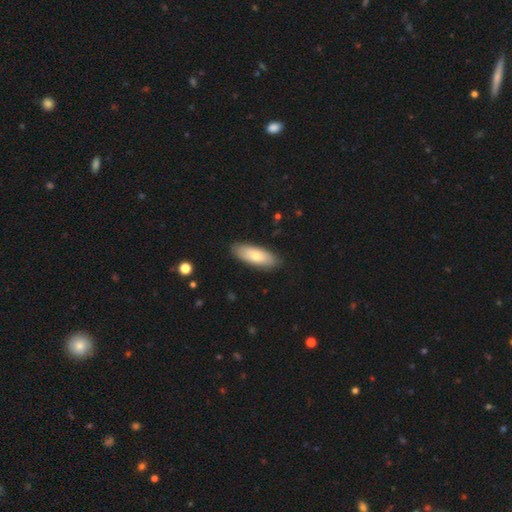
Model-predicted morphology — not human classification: smooth-or-featured: smooth: 70% | featured or disk: 24% | star or artifact: 5%
  how-rounded: in between: 75% | cigar-shaped: 23% | round: 2%
  merging: none: 87% | minor disturbance: 10% | major disturbance: 2% | merger: 1%